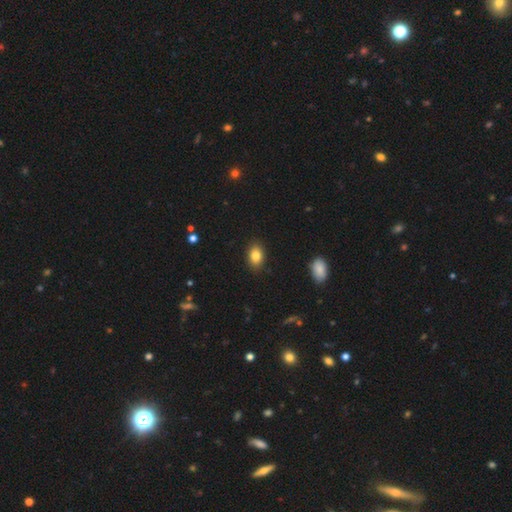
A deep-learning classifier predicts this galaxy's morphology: Smooth or featured? smooth (84%)
How rounded? in between (83%)
Merging? none (88%)